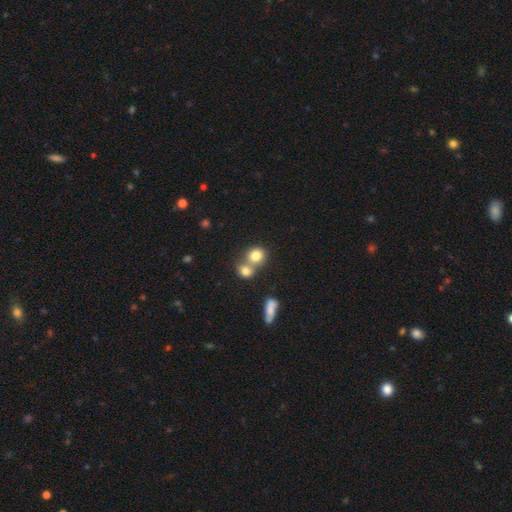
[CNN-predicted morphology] Smooth or featured: smooth — 79% (star or artifact — 11%)
How rounded: round — 77% (in between — 22%)
Merging: merger — 53% (none — 37%)